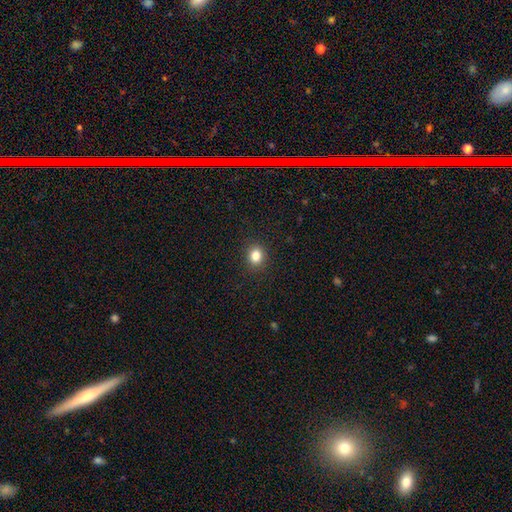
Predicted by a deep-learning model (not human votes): Smooth or featured?
  - smooth: 83% *
  - star or artifact: 12%
  - featured or disk: 5%
How rounded?
  - round: 72% *
  - in between: 27%
  - cigar-shaped: 1%
Merging?
  - none: 90% *
  - minor disturbance: 7%
  - major disturbance: 2%
  - merger: 1%